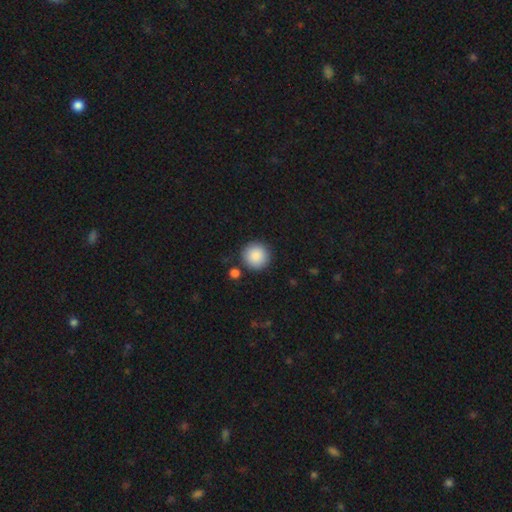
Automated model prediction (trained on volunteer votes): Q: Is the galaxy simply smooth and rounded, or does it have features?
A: smooth — 88%.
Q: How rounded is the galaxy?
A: round — 95%.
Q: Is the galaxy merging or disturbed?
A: none — 87%.